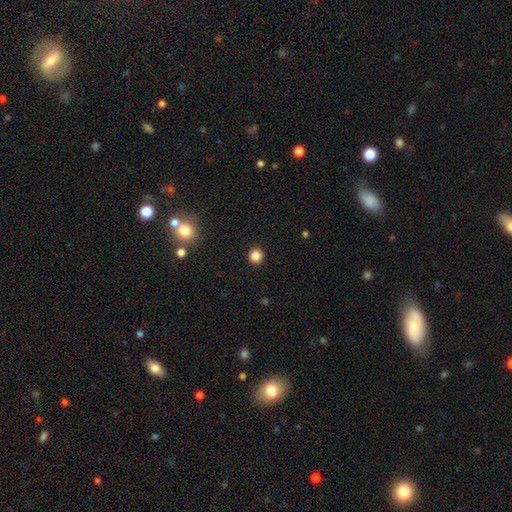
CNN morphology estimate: smooth_or_featured: smooth (p=0.86) [alt: star or artifact p=0.11]
how_rounded: round (p=0.94) [alt: in between p=0.05]
merging: none (p=0.93) [alt: minor disturbance p=0.04]